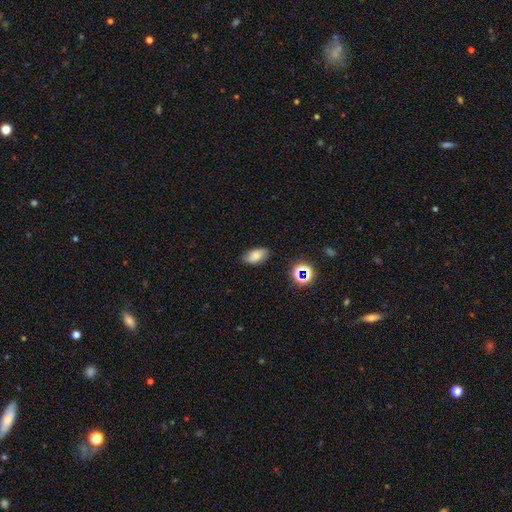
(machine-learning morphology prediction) Overall: smooth (76%). How rounded: in between (91%). Merging: none (82%).